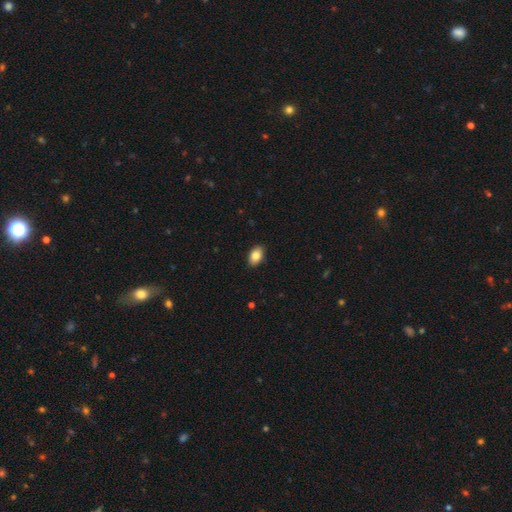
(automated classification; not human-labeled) Q: Smooth or featured?
A: smooth (85%); runner-up: featured or disk (8%)
Q: How rounded?
A: in between (88%); runner-up: round (10%)
Q: Merging?
A: none (89%); runner-up: minor disturbance (8%)